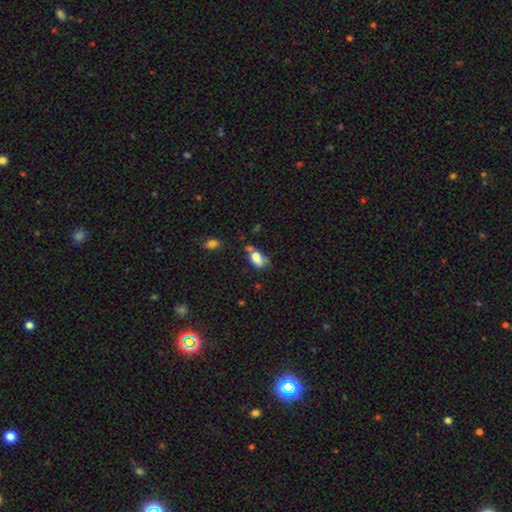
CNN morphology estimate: Smooth or featured: smooth — 74% (featured or disk — 15%)
How rounded: in between — 86% (round — 9%)
Merging: none — 35% (minor disturbance — 27%)